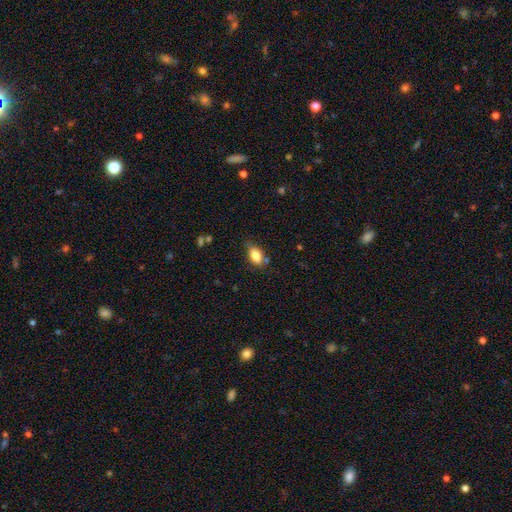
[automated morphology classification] Smooth or featured: smooth — 82% (featured or disk — 9%)
How rounded: in between — 87% (round — 9%)
Merging: none — 66% (minor disturbance — 24%)